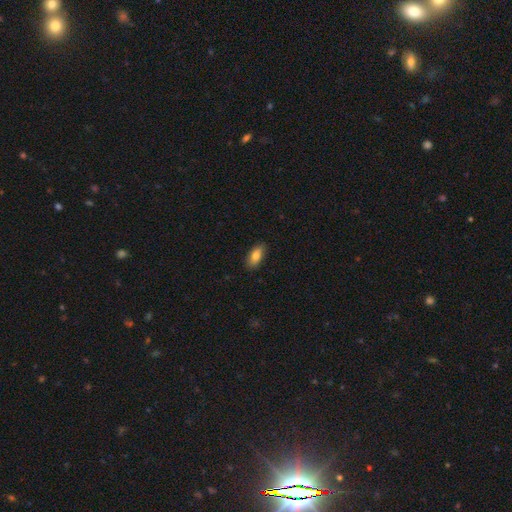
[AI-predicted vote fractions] A smooth galaxy with no disk features (80%) that is in between round and cigar-shaped (85%).

Vote fractions:
- Smooth or featured? smooth: 80% / featured or disk: 13% / star or artifact: 7%
- How rounded? in between: 85% / cigar-shaped: 12% / round: 3%
- Merging? none: 87% / minor disturbance: 10% / major disturbance: 2% / merger: 1%